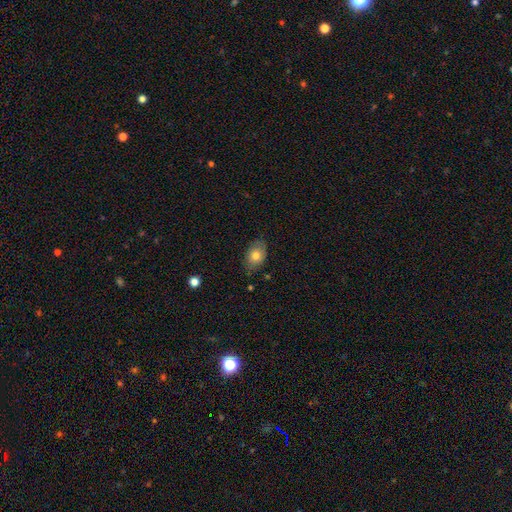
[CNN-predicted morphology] smooth_or_featured: smooth (p=0.76) [alt: featured or disk p=0.16]
how_rounded: in between (p=0.84) [alt: round p=0.15]
merging: none (p=0.78) [alt: minor disturbance p=0.17]